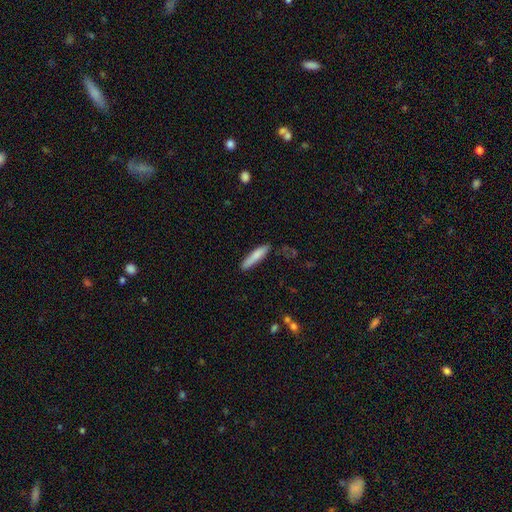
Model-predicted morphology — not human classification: smooth 80%, featured or disk 15%, star or artifact 6%. Down the decision tree: how rounded — cigar-shaped (87%); merging — none (82%).